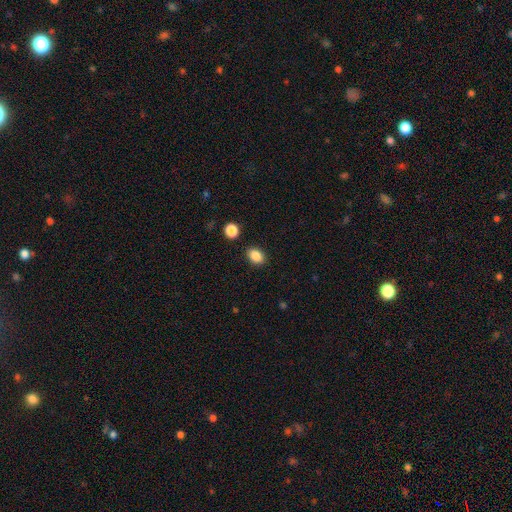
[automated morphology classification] A smooth galaxy with no disk features (87%) that is in between round and cigar-shaped (77%).

Vote fractions:
- Smooth or featured? smooth: 87% / star or artifact: 9% / featured or disk: 4%
- How rounded? in between: 77% / round: 22% / cigar-shaped: 1%
- Merging? none: 87% / minor disturbance: 8% / merger: 2% / major disturbance: 2%